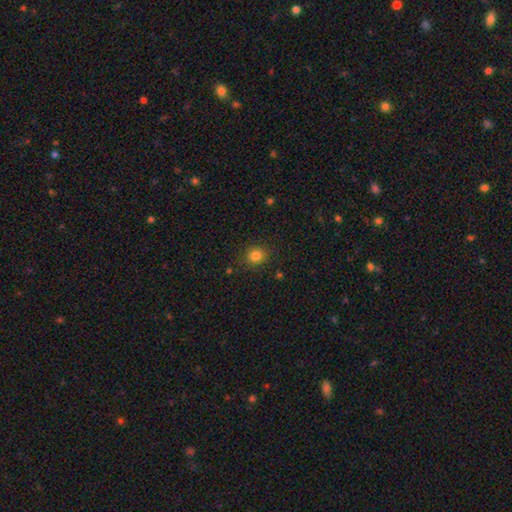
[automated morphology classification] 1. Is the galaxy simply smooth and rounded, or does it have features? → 83% smooth, 13% star or artifact, 5% featured or disk.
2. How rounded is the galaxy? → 83% round, 16% in between, 1% cigar-shaped.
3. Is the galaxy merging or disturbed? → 87% none, 9% minor disturbance, 3% major disturbance, 1% merger.